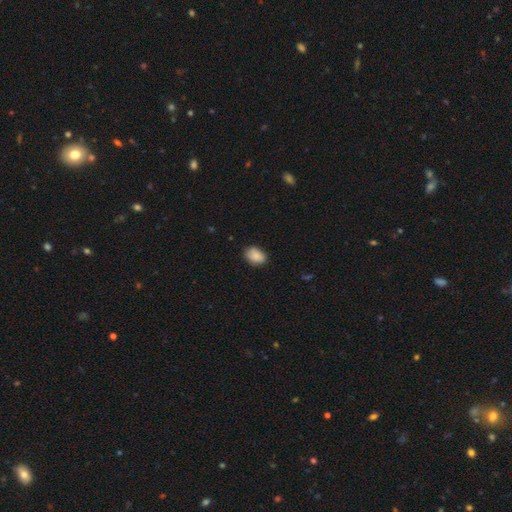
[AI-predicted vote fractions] Smooth or featured? Predicted: smooth (p=0.88). How rounded? Predicted: in between (p=0.77). Merging? Predicted: none (p=0.82).